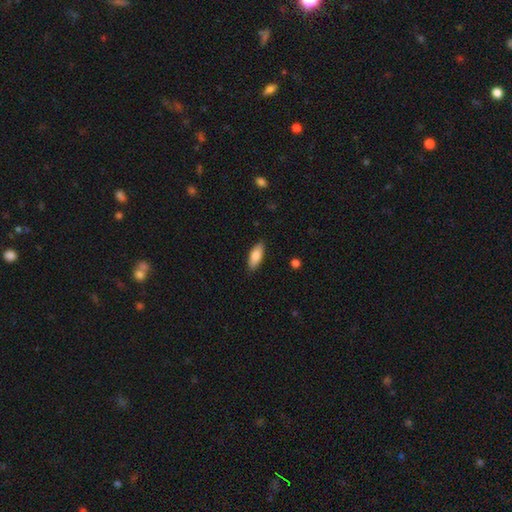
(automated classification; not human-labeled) Smooth or featured? smooth (83%)
How rounded? in between (74%)
Merging? none (87%)